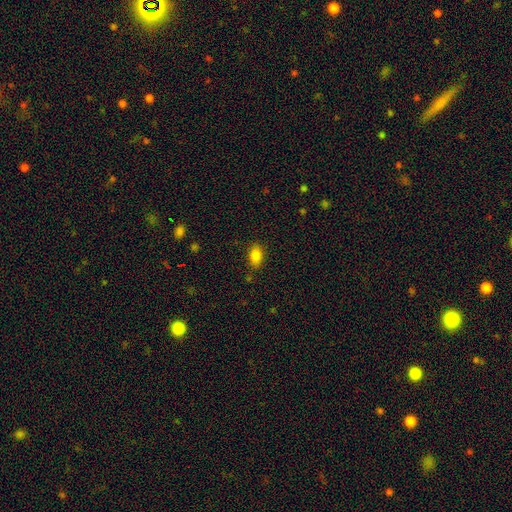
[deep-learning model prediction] Smooth or featured? Predicted: smooth (p=0.85). How rounded? Predicted: in between (p=0.89). Merging? Predicted: none (p=0.83).